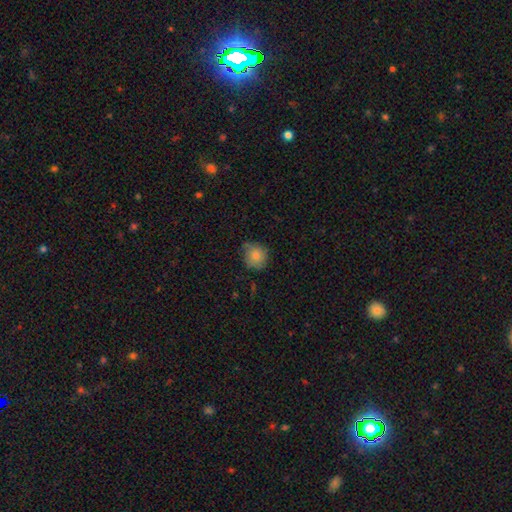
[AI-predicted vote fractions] Smooth or featured? smooth (80%)
How rounded? round (83%)
Merging? none (64%)